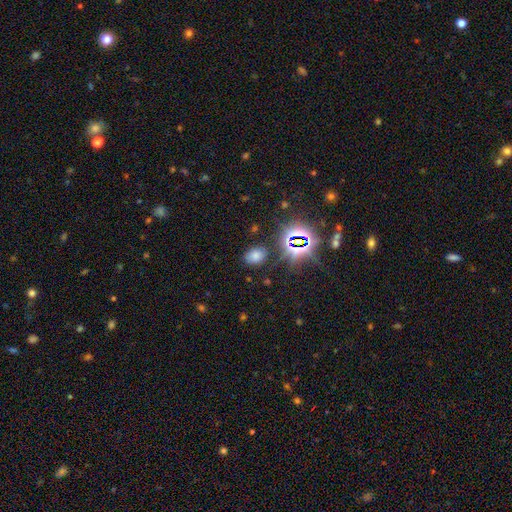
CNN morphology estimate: The model was most divided on "smooth or featured": smooth: 62%, star or artifact: 30%, featured or disk: 8%. More confident: merging — none (81%); how rounded — in between (72%).